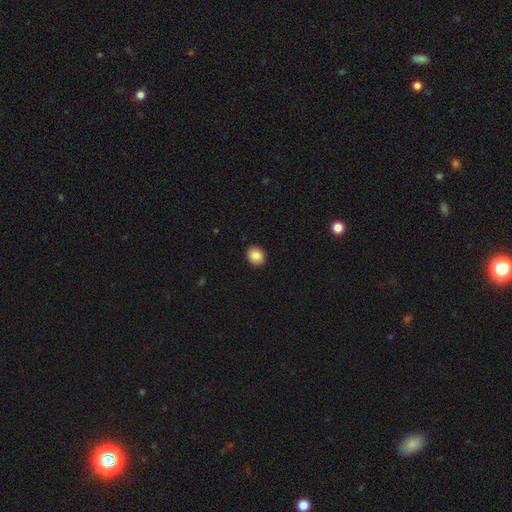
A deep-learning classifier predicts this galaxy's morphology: Q: Smooth or featured?
A: smooth (88%); runner-up: star or artifact (8%)
Q: How rounded?
A: round (64%); runner-up: in between (35%)
Q: Merging?
A: none (91%); runner-up: minor disturbance (6%)